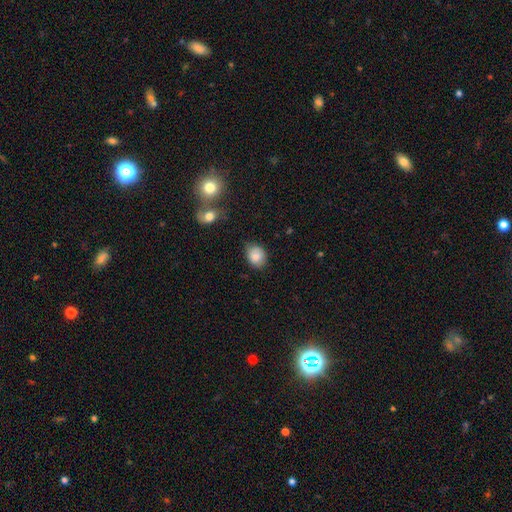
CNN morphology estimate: smooth 84%, star or artifact 8%, featured or disk 8%. Down the decision tree: how rounded — in between (52%); merging — none (76%).